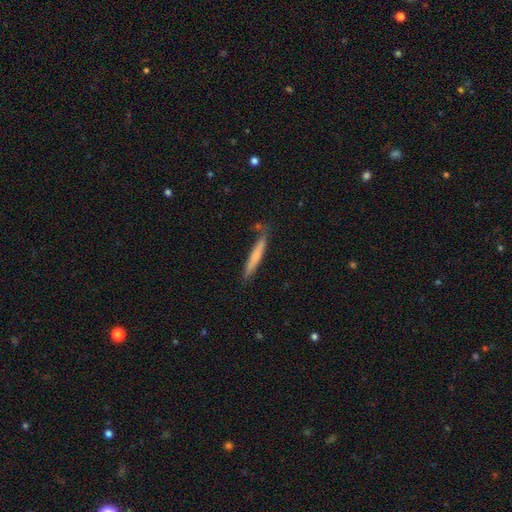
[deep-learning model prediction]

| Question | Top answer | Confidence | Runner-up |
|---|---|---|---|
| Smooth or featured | smooth | 69% | featured or disk (26%) |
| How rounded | cigar-shaped | 95% | in between (3%) |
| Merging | none | 78% | minor disturbance (15%) |